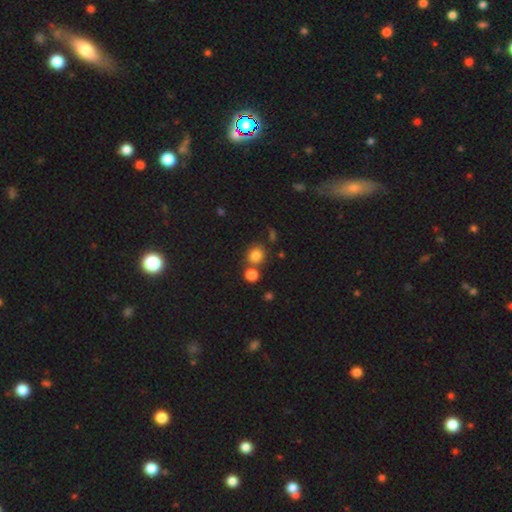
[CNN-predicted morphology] Smooth or featured? Predicted: smooth (p=0.81). How rounded? Predicted: round (p=0.85). Merging? Predicted: none (p=0.67).